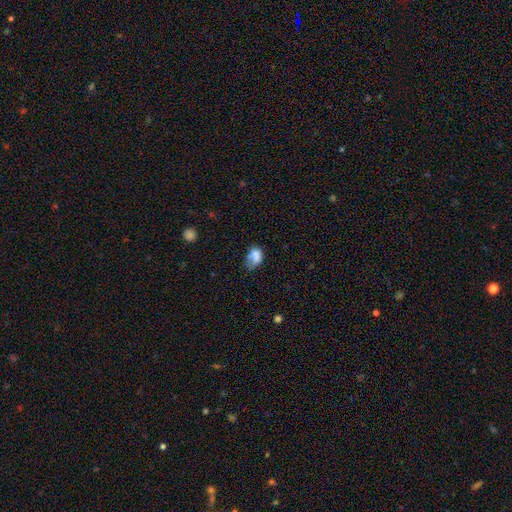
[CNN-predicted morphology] Overall: smooth (69%). How rounded: in between (78%). Merging: none (30%; minor disturbance 27%).